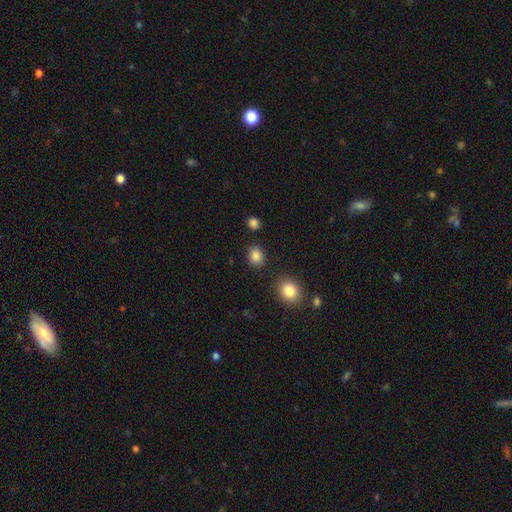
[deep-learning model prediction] A smooth galaxy with no disk features (87%) that is in between round and cigar-shaped (53%). Merging: none (85%).